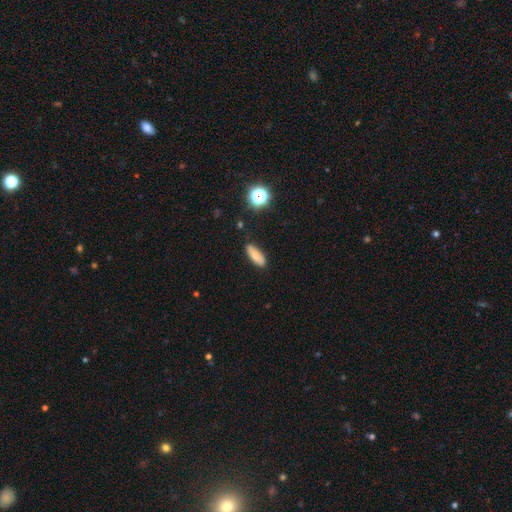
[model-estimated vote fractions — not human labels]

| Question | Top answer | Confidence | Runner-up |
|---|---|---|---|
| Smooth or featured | smooth | 75% | featured or disk (15%) |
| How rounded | in between | 67% | cigar-shaped (30%) |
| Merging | none | 84% | minor disturbance (12%) |